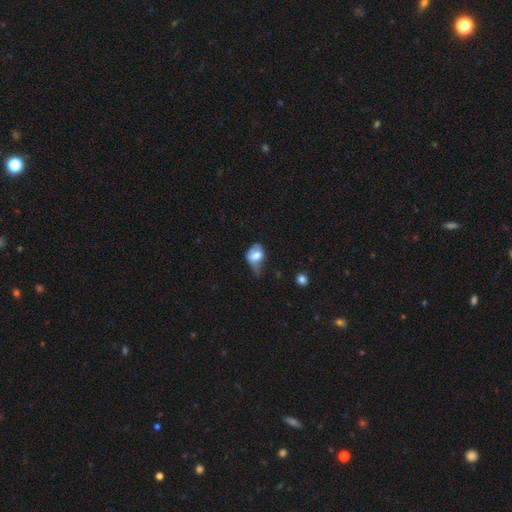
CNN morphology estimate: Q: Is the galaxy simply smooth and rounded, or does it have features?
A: smooth — 61%.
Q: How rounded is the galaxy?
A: in between — 75%.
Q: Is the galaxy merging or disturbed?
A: major disturbance — 37%.